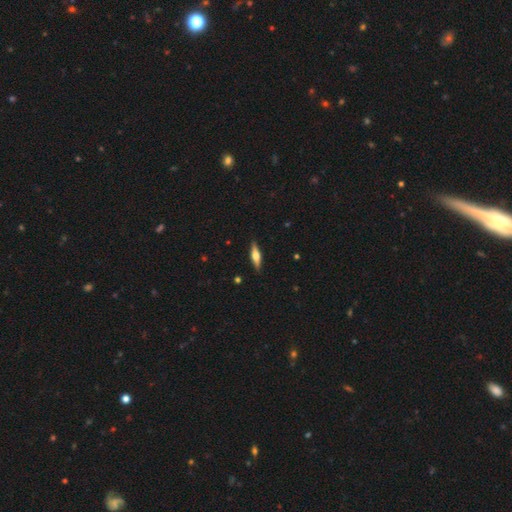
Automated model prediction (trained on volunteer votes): Overall: featured or disk (56%; smooth 38%). Edge-on disk: yes (95%). Edge-on bulge: rounded (90%). Merging: none (90%).